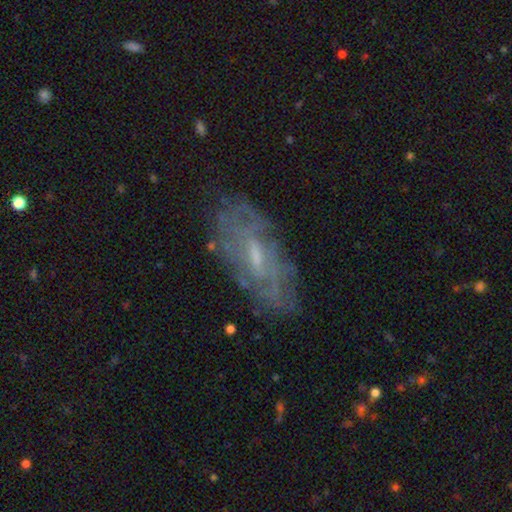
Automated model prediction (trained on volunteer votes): smooth_or_featured: featured or disk (p=0.66) [alt: smooth p=0.23]
disk_edge_on: no (p=0.86) [alt: yes p=0.14]
bar: weak (p=0.48) [alt: no p=0.41]
has_spiral_arms: yes (p=0.66) [alt: no p=0.34]
bulge_size: small (p=0.56) [alt: moderate p=0.34]
merging: none (p=0.77) [alt: minor disturbance p=0.16]